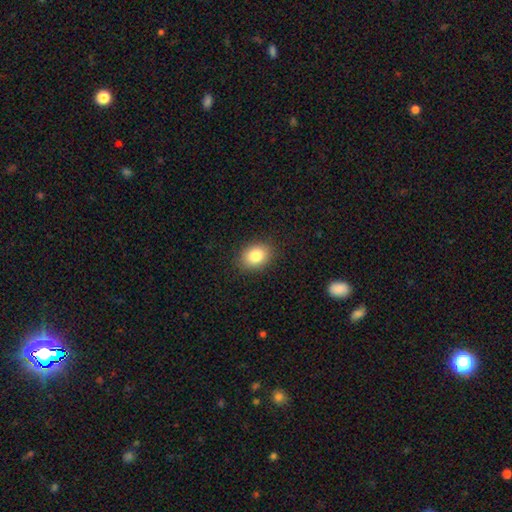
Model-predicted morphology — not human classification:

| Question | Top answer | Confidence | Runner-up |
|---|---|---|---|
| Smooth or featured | smooth | 83% | star or artifact (9%) |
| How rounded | in between | 63% | round (36%) |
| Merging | none | 89% | minor disturbance (8%) |